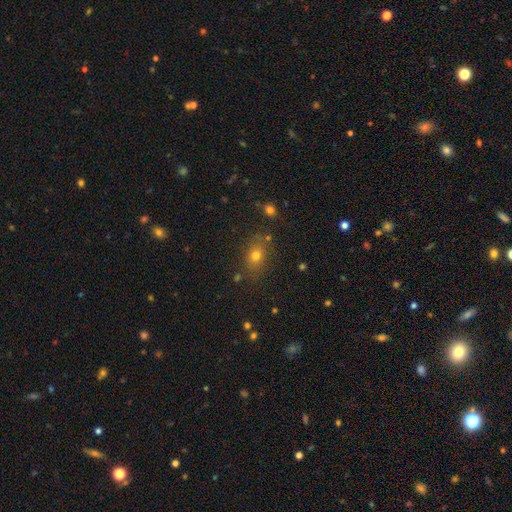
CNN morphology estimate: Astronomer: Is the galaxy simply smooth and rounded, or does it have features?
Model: smooth — 71%.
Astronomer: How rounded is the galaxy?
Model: in between — 61% (runner-up: round, 37%).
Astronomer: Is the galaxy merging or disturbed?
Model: none — 79%.